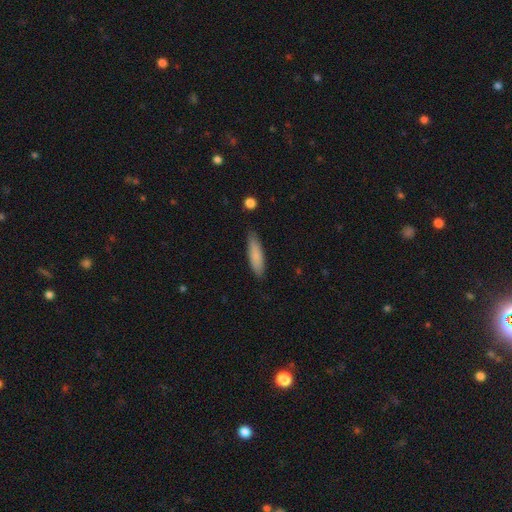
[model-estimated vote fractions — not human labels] smooth_or_featured: smooth (p=0.84) [alt: featured or disk p=0.10]
how_rounded: cigar-shaped (p=0.68) [alt: in between p=0.31]
merging: none (p=0.85) [alt: minor disturbance p=0.12]